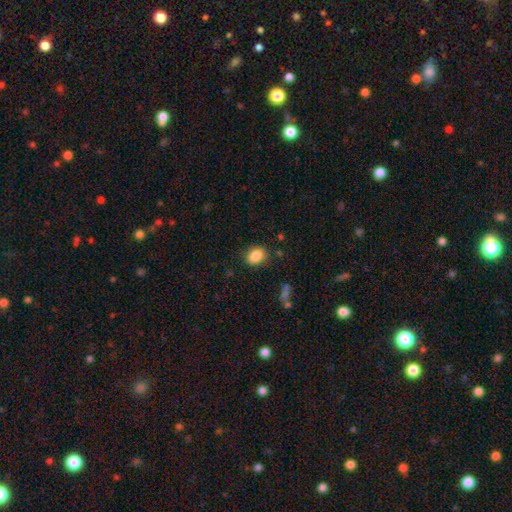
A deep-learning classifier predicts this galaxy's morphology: smooth_or_featured: smooth (p=0.86) [alt: star or artifact p=0.08]
how_rounded: in between (p=0.62) [alt: round p=0.37]
merging: none (p=0.84) [alt: minor disturbance p=0.11]